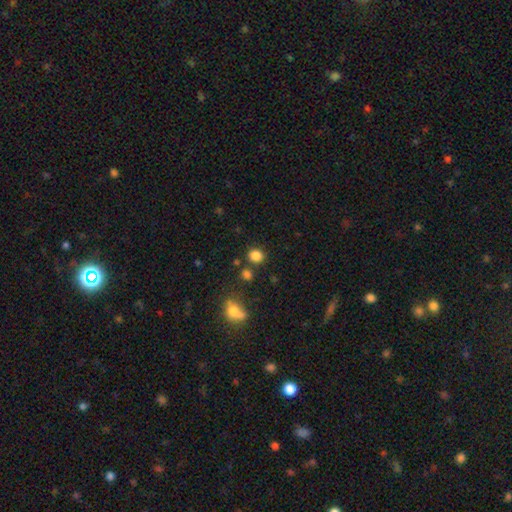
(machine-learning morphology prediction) This is clearly a smooth galaxy (83%). How rounded: likely round (72%). Merging: likely none (79%).